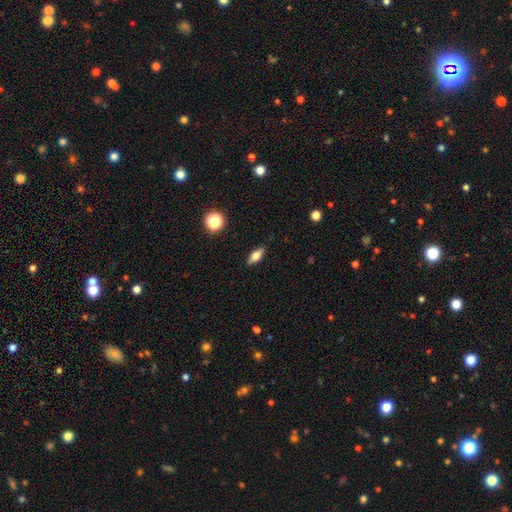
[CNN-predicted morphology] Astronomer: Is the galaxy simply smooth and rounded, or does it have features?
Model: smooth — 60%.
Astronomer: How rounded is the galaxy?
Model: in between — 64%.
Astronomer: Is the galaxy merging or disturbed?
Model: none — 88%.